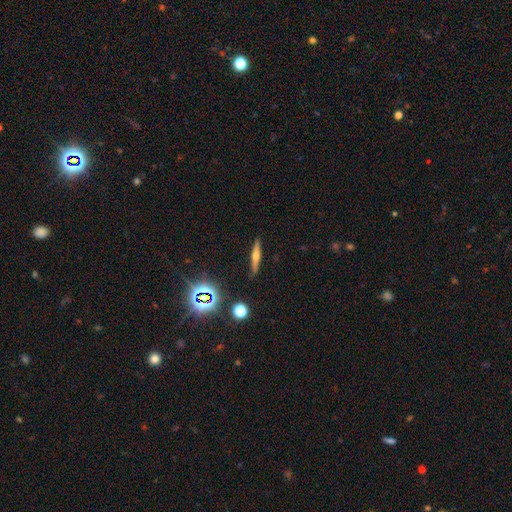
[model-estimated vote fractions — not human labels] smooth-or-featured: featured or disk: 56% | smooth: 31% | star or artifact: 12%
  disk-edge-on: yes: 96% | no: 4%
    edge-on-bulge: rounded: 86% | none: 7% | boxy: 7%
  merging: none: 89% | minor disturbance: 8% | major disturbance: 2% | merger: 2%